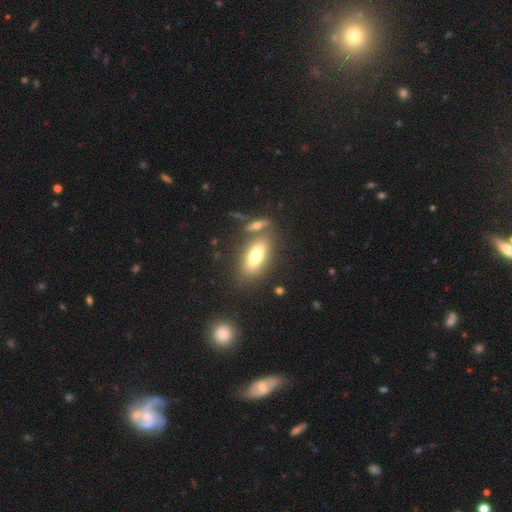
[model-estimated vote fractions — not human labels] smooth-or-featured: smooth: 70% | featured or disk: 22% | star or artifact: 8%
  how-rounded: in between: 79% | cigar-shaped: 17% | round: 4%
  merging: none: 69% | merger: 15% | minor disturbance: 11% | major disturbance: 5%